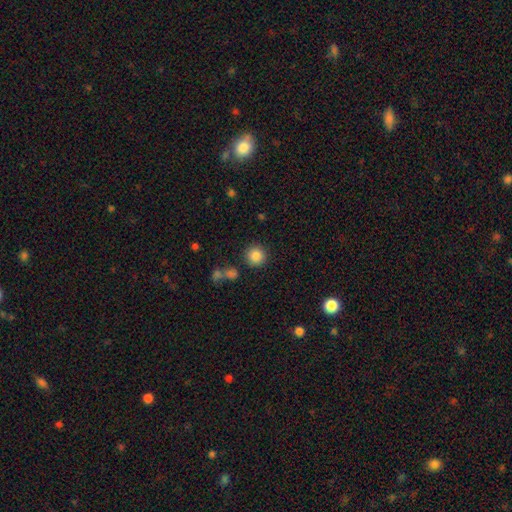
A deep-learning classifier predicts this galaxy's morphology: This is clearly a smooth galaxy (85%). How rounded: clearly round (94%). Merging: clearly none (87%).